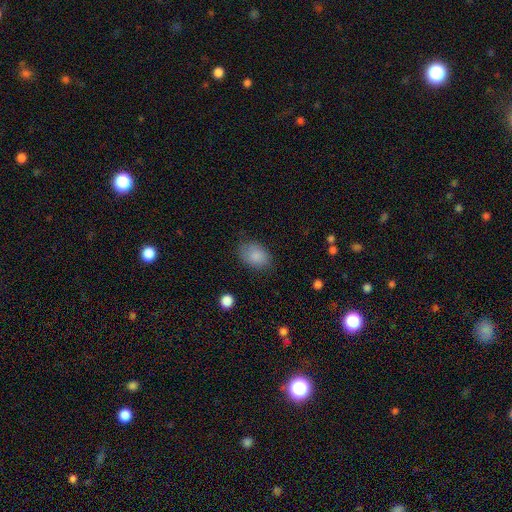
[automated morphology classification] A smooth galaxy with no disk features (86%) that is in between round and cigar-shaped (79%). Merging: none (75%).